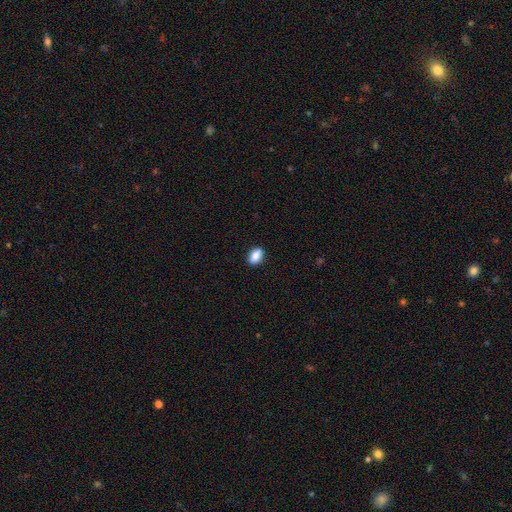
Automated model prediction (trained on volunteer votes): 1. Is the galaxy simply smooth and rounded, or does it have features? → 88% smooth, 8% star or artifact, 5% featured or disk.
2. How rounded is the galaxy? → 86% in between, 11% round, 3% cigar-shaped.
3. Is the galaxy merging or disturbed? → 89% none, 8% minor disturbance, 2% major disturbance, 1% merger.